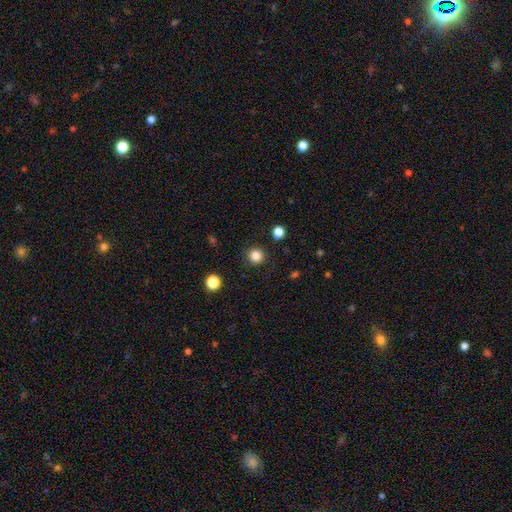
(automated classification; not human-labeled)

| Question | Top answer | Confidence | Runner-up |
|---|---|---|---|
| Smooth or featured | smooth | 84% | star or artifact (12%) |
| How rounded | round | 95% | in between (4%) |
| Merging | none | 90% | minor disturbance (6%) |